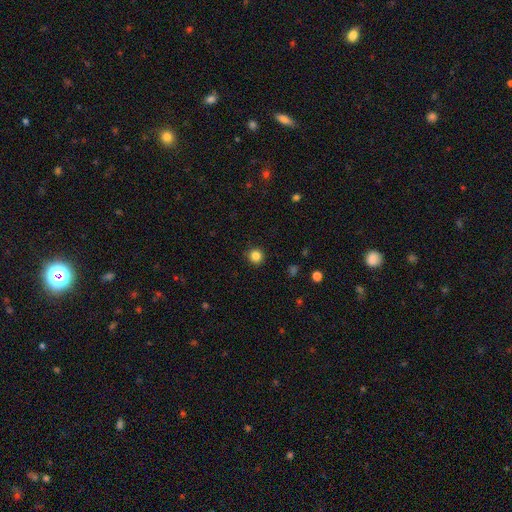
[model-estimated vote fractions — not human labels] Smooth or featured? Predicted: smooth (p=0.84). How rounded? Predicted: round (p=0.95). Merging? Predicted: none (p=0.92).